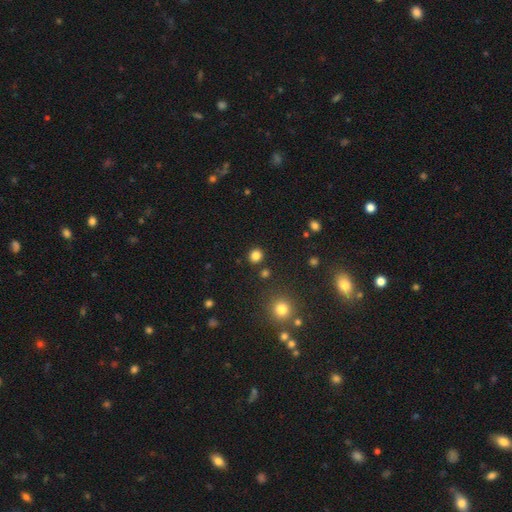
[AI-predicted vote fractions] smooth-or-featured: smooth: 82% | star or artifact: 14% | featured or disk: 4%
  how-rounded: round: 85% | in between: 14% | cigar-shaped: 1%
  merging: none: 88% | minor disturbance: 6% | merger: 3% | major disturbance: 2%